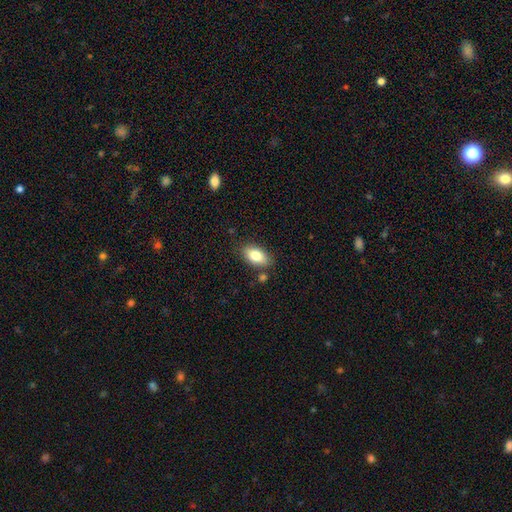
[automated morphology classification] The model was most divided on "merging": none: 80%, minor disturbance: 13%, merger: 4%, major disturbance: 3%. More confident: how rounded — in between (92%); smooth or featured — smooth (82%).